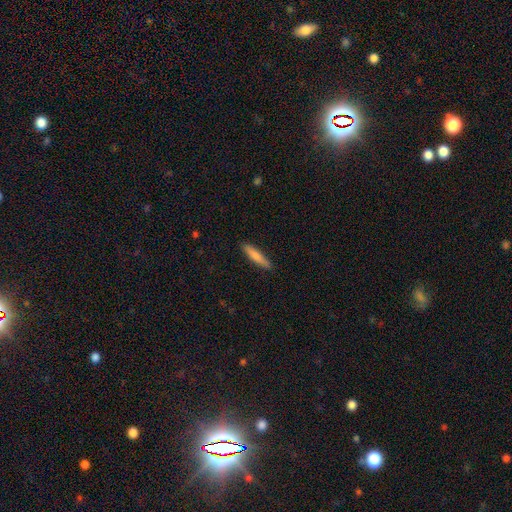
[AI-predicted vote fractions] Q: Smooth or featured?
A: smooth (76%); runner-up: featured or disk (18%)
Q: How rounded?
A: cigar-shaped (88%); runner-up: in between (10%)
Q: Merging?
A: none (89%); runner-up: minor disturbance (8%)